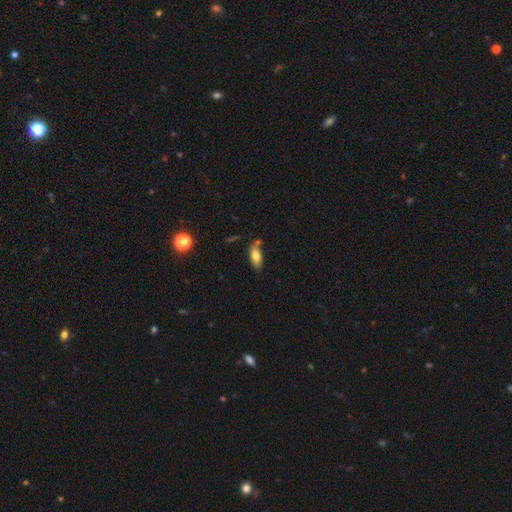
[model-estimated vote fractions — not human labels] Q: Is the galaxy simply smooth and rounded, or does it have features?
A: smooth — 77%.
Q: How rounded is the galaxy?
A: in between — 82%.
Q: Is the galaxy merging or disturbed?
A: none — 70%.